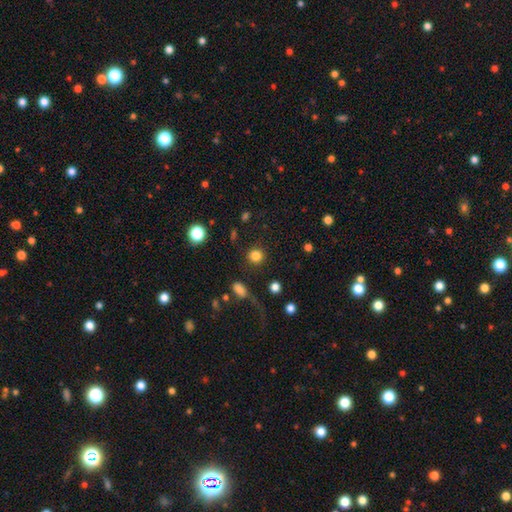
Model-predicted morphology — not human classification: Smooth or featured? Predicted: smooth (p=0.84). How rounded? Predicted: round (p=0.92). Merging? Predicted: none (p=0.89).